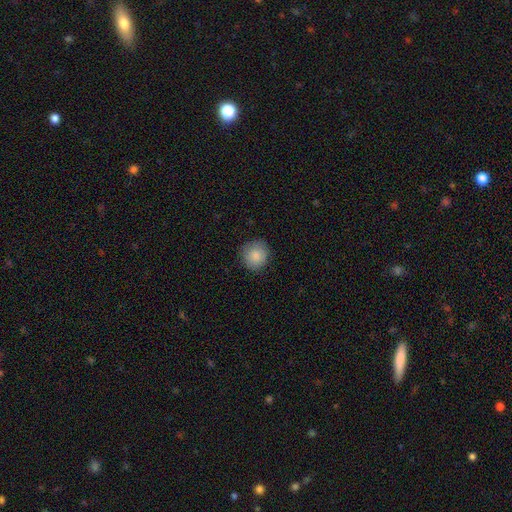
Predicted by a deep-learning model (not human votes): A smooth galaxy with no disk features (86%) that is round (91%).

Vote fractions:
- Smooth or featured? smooth: 86% / star or artifact: 8% / featured or disk: 6%
- How rounded? round: 91% / in between: 8% / cigar-shaped: 1%
- Merging? none: 85% / minor disturbance: 11% / major disturbance: 3% / merger: 1%